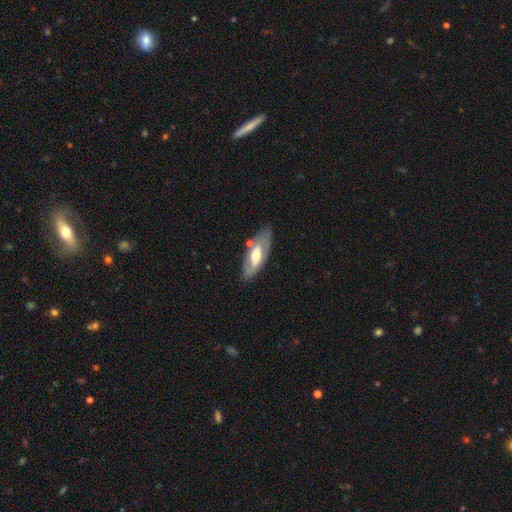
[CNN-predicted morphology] Smooth or featured?
  - featured or disk: 61% *
  - smooth: 34%
  - star or artifact: 5%
Edge-on disk?
  - no: 79% *
  - yes: 21%
Merging?
  - none: 69% *
  - minor disturbance: 19%
  - merger: 6%
  - major disturbance: 6%